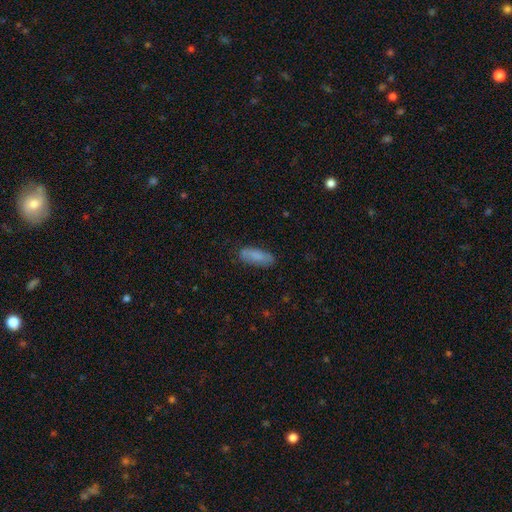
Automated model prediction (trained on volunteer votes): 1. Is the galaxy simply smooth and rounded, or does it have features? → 81% smooth, 13% featured or disk, 7% star or artifact.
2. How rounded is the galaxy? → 70% in between, 28% cigar-shaped, 2% round.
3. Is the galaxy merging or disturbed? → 79% none, 16% minor disturbance, 4% major disturbance, 1% merger.